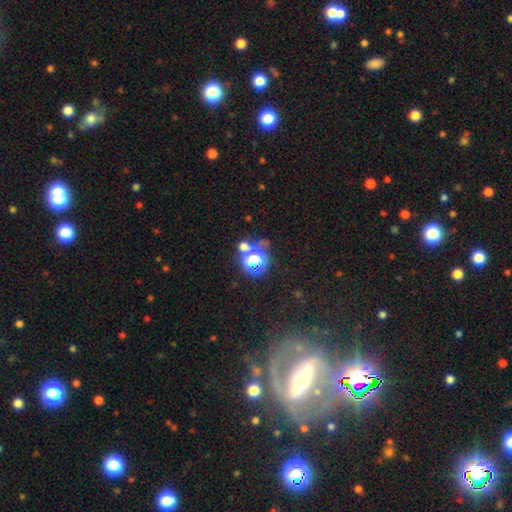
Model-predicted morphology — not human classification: This appears to be a featured or disk galaxy (44%). Merging: none (66%).